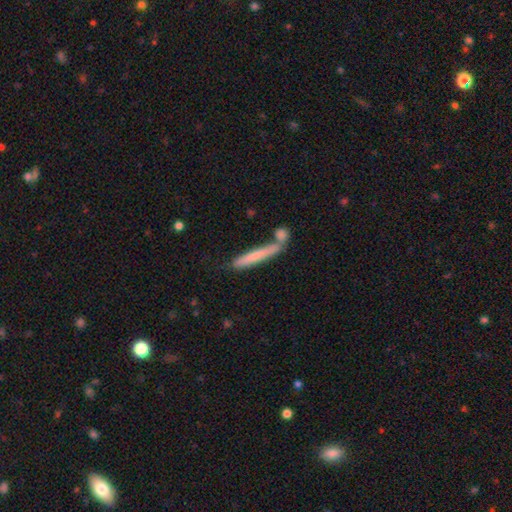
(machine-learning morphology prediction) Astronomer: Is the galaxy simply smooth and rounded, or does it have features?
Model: smooth — 65%.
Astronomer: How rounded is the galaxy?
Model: cigar-shaped — 94%.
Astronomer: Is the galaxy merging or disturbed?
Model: none — 64%.